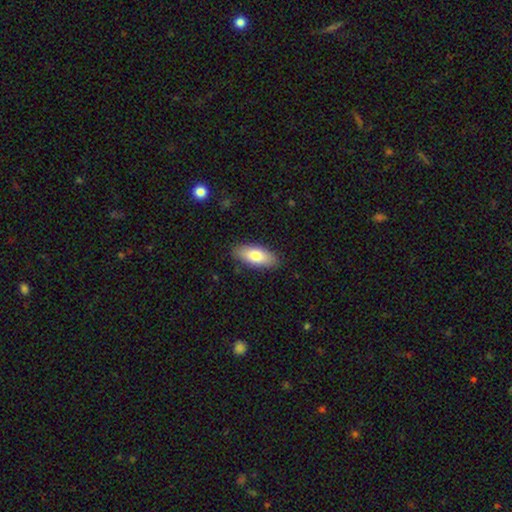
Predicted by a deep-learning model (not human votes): Smooth or featured?
  - smooth: 78% *
  - featured or disk: 16%
  - star or artifact: 6%
How rounded?
  - in between: 82% *
  - cigar-shaped: 15%
  - round: 2%
Merging?
  - none: 87% *
  - minor disturbance: 10%
  - major disturbance: 2%
  - merger: 1%